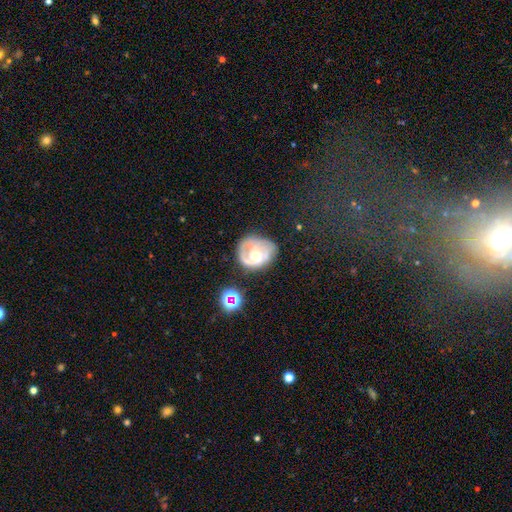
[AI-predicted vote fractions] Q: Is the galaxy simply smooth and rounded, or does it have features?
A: featured or disk — 66%.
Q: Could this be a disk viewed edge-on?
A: no — 98%.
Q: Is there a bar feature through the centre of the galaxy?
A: no — 71%.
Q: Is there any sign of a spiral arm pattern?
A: yes — 75%.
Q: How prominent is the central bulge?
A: moderate — 46%.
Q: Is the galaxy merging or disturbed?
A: none — 50%.